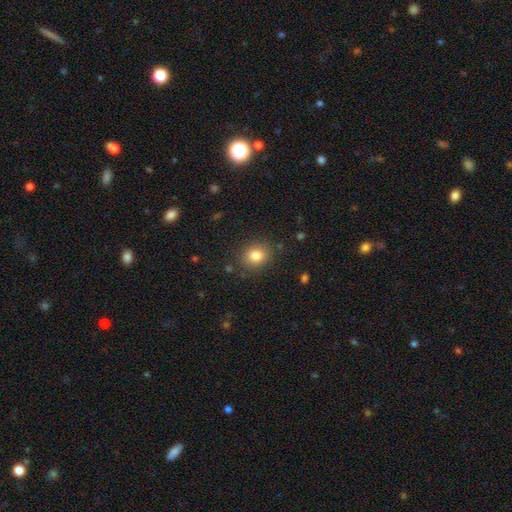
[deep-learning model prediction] This is clearly a smooth galaxy (81%). How rounded: likely round (67%). Merging: clearly none (86%).